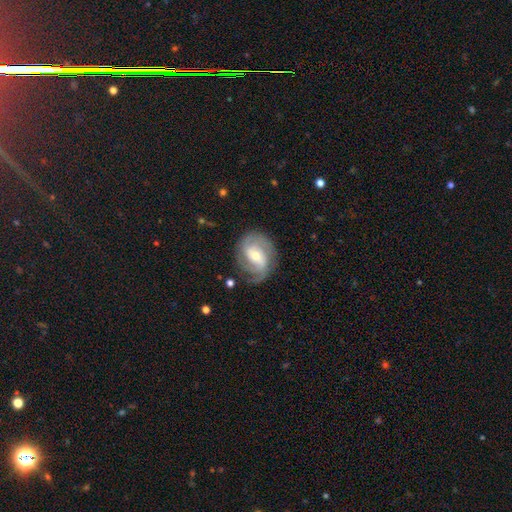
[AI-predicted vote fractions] Smooth or featured: featured or disk — 80% (smooth — 15%)
Edge-on disk: no — 97% (yes — 3%)
Bar: weak — 45% (no — 35%)
Spiral arms: yes — 93% (no — 7%)
Spiral winding: medium — 42% (tight — 41%)
Spiral arm count: 2 — 48% (3 — 21%)
Bulge size: moderate — 56% (small — 38%)
Merging: none — 70% (minor disturbance — 19%)